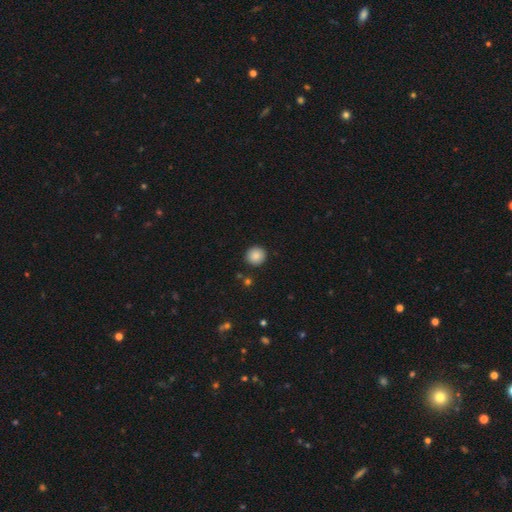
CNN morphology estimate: A smooth galaxy with no disk features (87%) that is round (92%).

Vote fractions:
- Smooth or featured? smooth: 87% / star or artifact: 9% / featured or disk: 4%
- How rounded? round: 92% / in between: 7% / cigar-shaped: 1%
- Merging? none: 91% / minor disturbance: 5% / major disturbance: 2% / merger: 2%